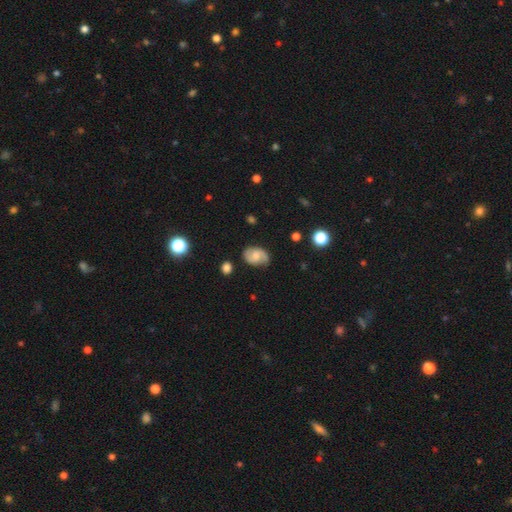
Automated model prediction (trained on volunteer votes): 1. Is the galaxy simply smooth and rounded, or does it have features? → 50% featured or disk, 42% smooth, 8% star or artifact.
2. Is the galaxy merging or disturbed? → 71% none, 22% minor disturbance, 5% major disturbance, 2% merger.